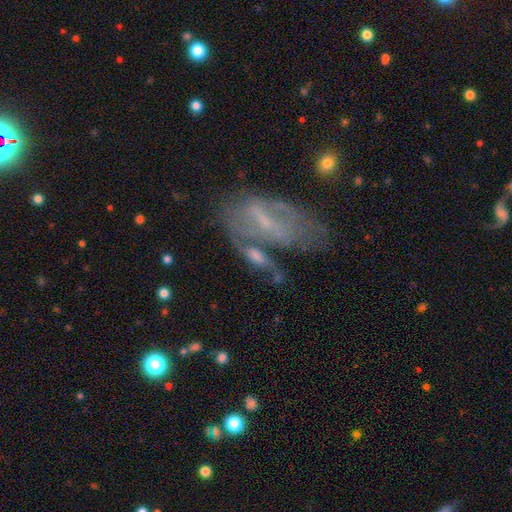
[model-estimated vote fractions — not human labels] smooth-or-featured: featured or disk: 56% | smooth: 34% | star or artifact: 10%
  disk-edge-on: no: 80% | yes: 20%
  merging: none: 36% | merger: 28% | minor disturbance: 19% | major disturbance: 16%